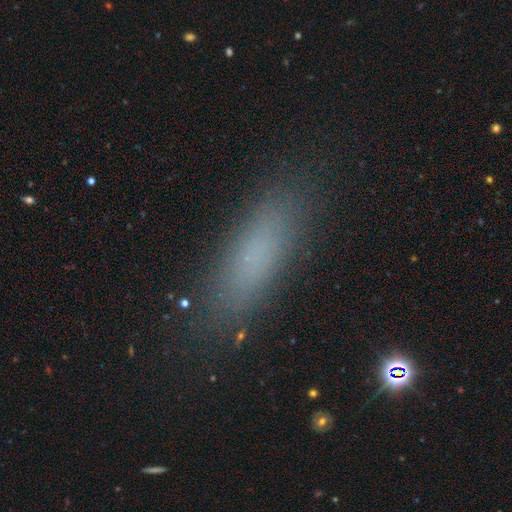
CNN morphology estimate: Q: Smooth or featured?
A: smooth (77%); runner-up: star or artifact (12%)
Q: How rounded?
A: cigar-shaped (50%); runner-up: in between (47%)
Q: Merging?
A: none (85%); runner-up: minor disturbance (10%)